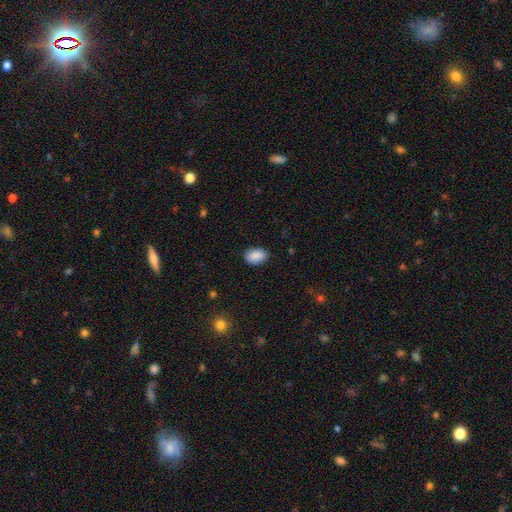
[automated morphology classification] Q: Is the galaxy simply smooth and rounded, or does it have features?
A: smooth — 89%.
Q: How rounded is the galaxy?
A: in between — 87%.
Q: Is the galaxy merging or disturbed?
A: none — 87%.